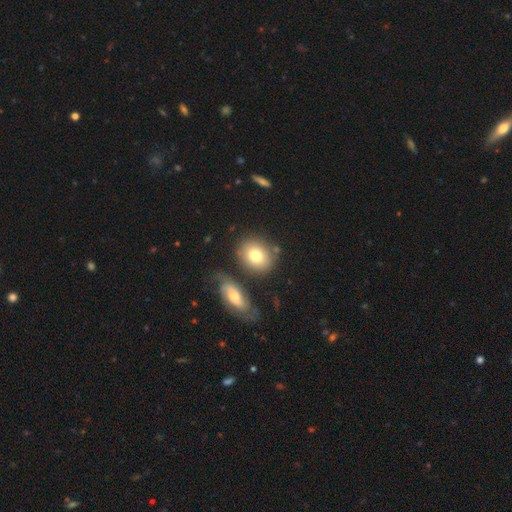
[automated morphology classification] smooth_or_featured: smooth (p=0.76) [alt: featured or disk p=0.17]
how_rounded: round (p=0.62) [alt: in between p=0.36]
merging: none (p=0.66) [alt: merger p=0.16]